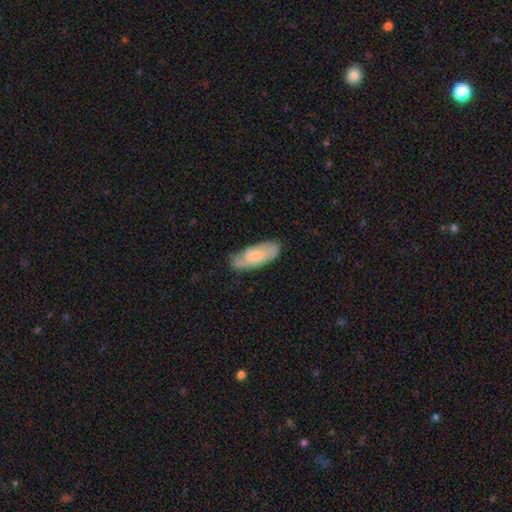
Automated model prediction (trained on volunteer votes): Q: Smooth or featured?
A: featured or disk (47%); tied with: smooth (47%)
Q: Merging?
A: none (70%); runner-up: minor disturbance (23%)